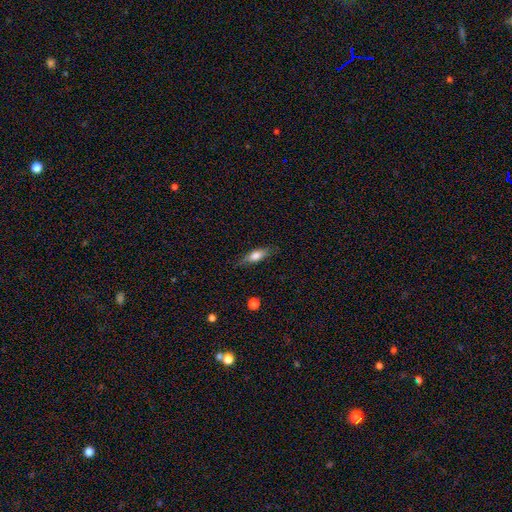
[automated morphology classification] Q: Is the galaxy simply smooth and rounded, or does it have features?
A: smooth — 66%.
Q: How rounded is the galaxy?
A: in between — 55%.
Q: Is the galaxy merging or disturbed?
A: none — 78%.